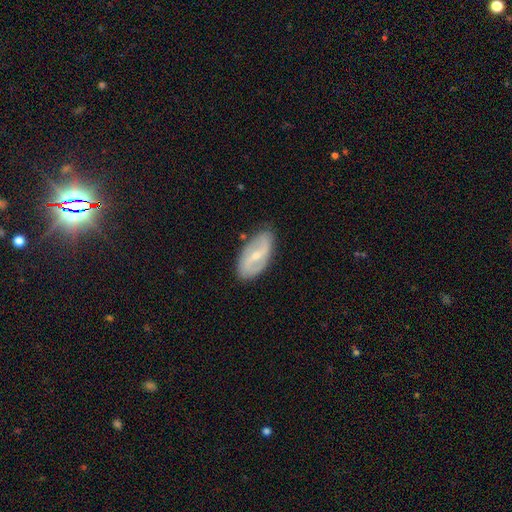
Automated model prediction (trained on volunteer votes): smooth_or_featured: featured or disk (p=0.75) [alt: smooth p=0.20]
disk_edge_on: no (p=0.93) [alt: yes p=0.07]
bar: weak (p=0.42) [alt: strong p=0.38]
has_spiral_arms: yes (p=0.83) [alt: no p=0.17]
spiral_winding: loose (p=0.48) [alt: medium p=0.35]
spiral_arm_count: 2 (p=0.87) [alt: can't tell p=0.08]
bulge_size: small (p=0.64) [alt: moderate p=0.32]
merging: none (p=0.81) [alt: minor disturbance p=0.15]